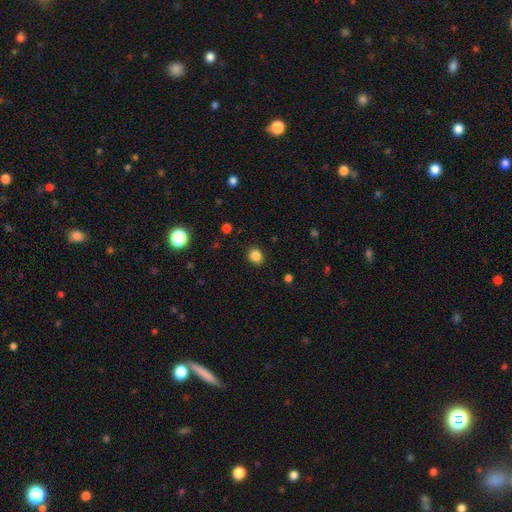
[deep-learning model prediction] The model was most divided on "how rounded": round: 69%, in between: 30%, cigar-shaped: 1%. More confident: merging — none (89%); smooth or featured — smooth (85%).